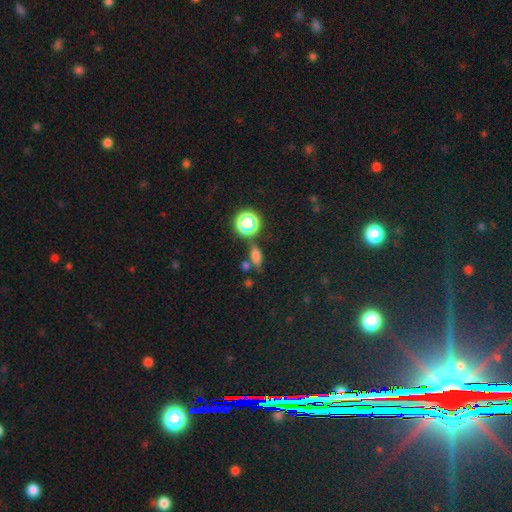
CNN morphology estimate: Smooth or featured? Predicted: smooth (p=0.62). How rounded? Predicted: in between (p=0.51). Merging? Predicted: none (p=0.65).